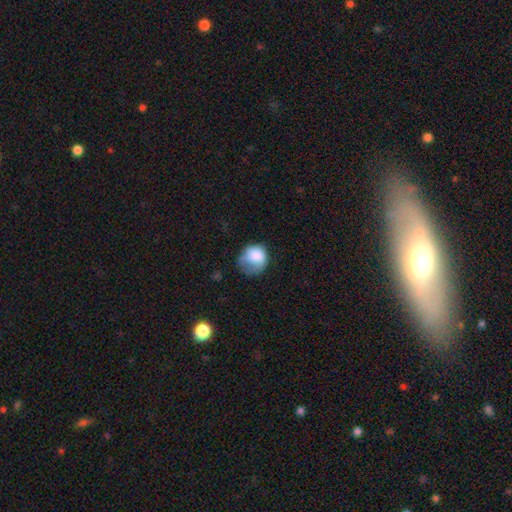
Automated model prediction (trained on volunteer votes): Smooth or featured? Predicted: smooth (p=0.78). How rounded? Predicted: round (p=0.71). Merging? Predicted: minor disturbance (p=0.36).